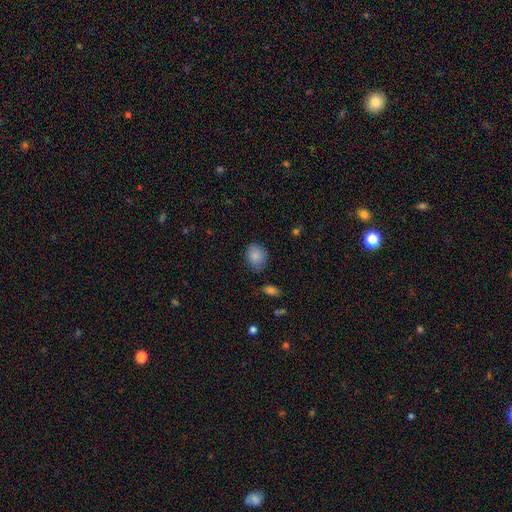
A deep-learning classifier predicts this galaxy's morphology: A smooth galaxy with no disk features (87%) that is round (55%).

Vote fractions:
- Smooth or featured? smooth: 87% / star or artifact: 8% / featured or disk: 5%
- How rounded? round: 55% / in between: 44% / cigar-shaped: 1%
- Merging? none: 73% / minor disturbance: 21% / major disturbance: 4% / merger: 2%